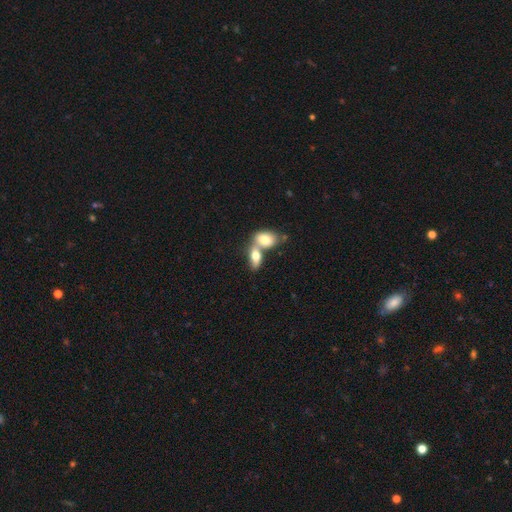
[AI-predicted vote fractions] Q: Smooth or featured?
A: smooth (73%); runner-up: featured or disk (21%)
Q: How rounded?
A: in between (85%); runner-up: round (8%)
Q: Merging?
A: merger (70%); runner-up: none (21%)